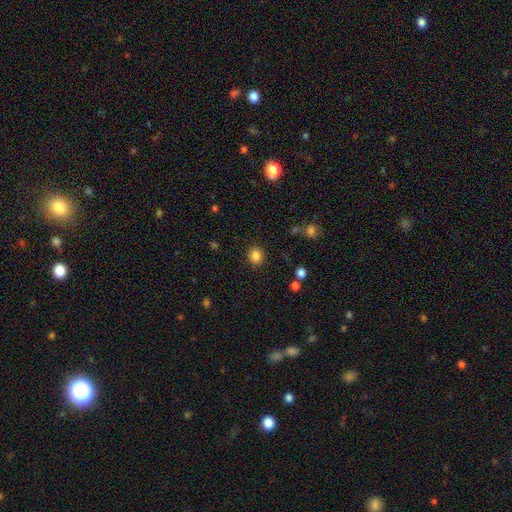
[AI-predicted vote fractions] smooth-or-featured: smooth: 84% | star or artifact: 11% | featured or disk: 4%
  how-rounded: round: 77% | in between: 22% | cigar-shaped: 1%
  merging: none: 89% | minor disturbance: 7% | major disturbance: 2% | merger: 2%